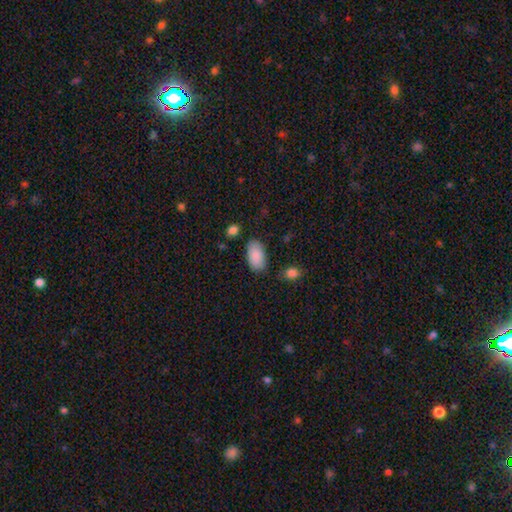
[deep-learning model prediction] Smooth or featured: smooth — 89% (star or artifact — 6%)
How rounded: in between — 95% (round — 4%)
Merging: none — 77% (minor disturbance — 16%)